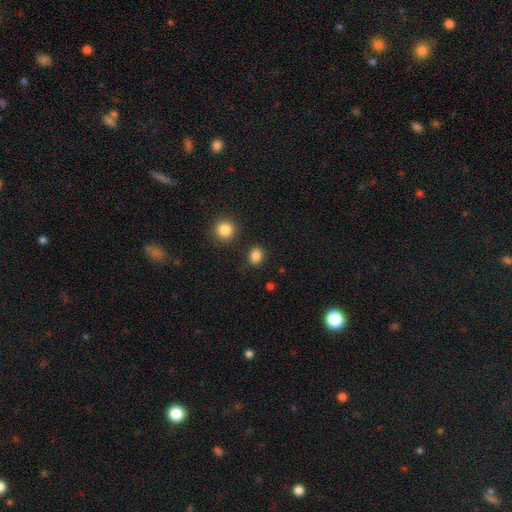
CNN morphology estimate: Q: Smooth or featured?
A: smooth (85%); runner-up: star or artifact (11%)
Q: How rounded?
A: round (59%); runner-up: in between (40%)
Q: Merging?
A: none (85%); runner-up: minor disturbance (9%)